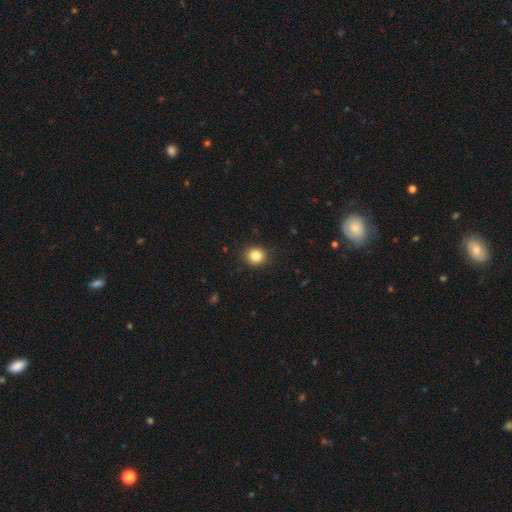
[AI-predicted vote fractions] smooth-or-featured: smooth: 83% | star or artifact: 11% | featured or disk: 6%
  how-rounded: round: 86% | in between: 13% | cigar-shaped: 1%
  merging: none: 90% | minor disturbance: 7% | major disturbance: 2% | merger: 1%